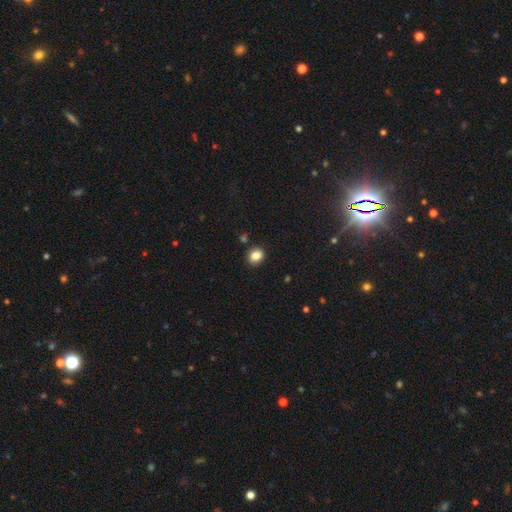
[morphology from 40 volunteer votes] Q: Smooth or featured?
A: smooth (95%); runner-up: star or artifact (5%)
Q: How rounded?
A: round (66%); runner-up: in between (34%)
Q: Merging?
A: none (95%); runner-up: minor disturbance (3%)